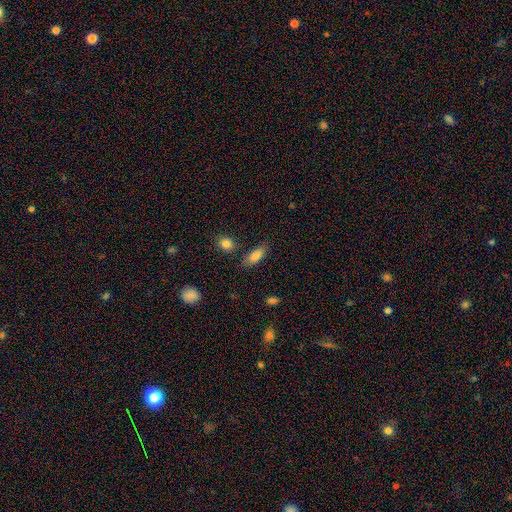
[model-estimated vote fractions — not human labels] Overall: smooth (83%). How rounded: in between (77%). Merging: none (77%).